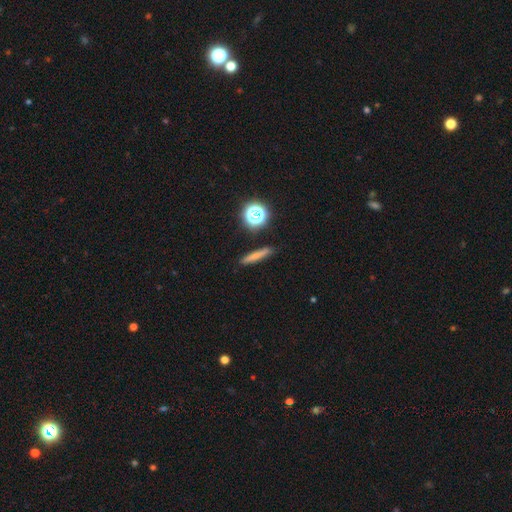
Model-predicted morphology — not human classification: smooth_or_featured: smooth (p=0.65) [alt: featured or disk p=0.22]
how_rounded: cigar-shaped (p=0.80) [alt: round p=0.11]
merging: none (p=0.86) [alt: minor disturbance p=0.09]